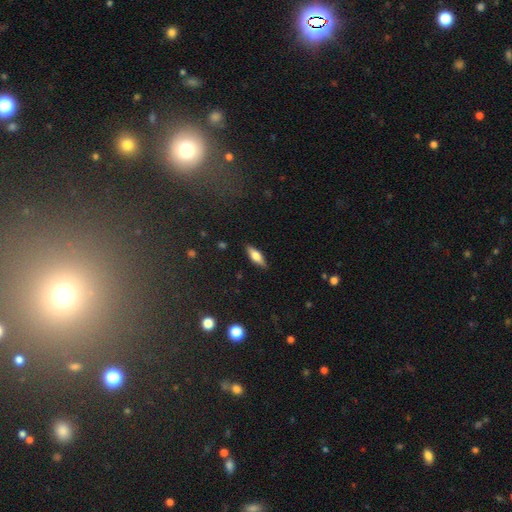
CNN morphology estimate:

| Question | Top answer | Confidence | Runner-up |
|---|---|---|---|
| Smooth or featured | smooth | 57% | featured or disk (36%) |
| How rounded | in between | 55% | cigar-shaped (42%) |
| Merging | none | 87% | minor disturbance (9%) |